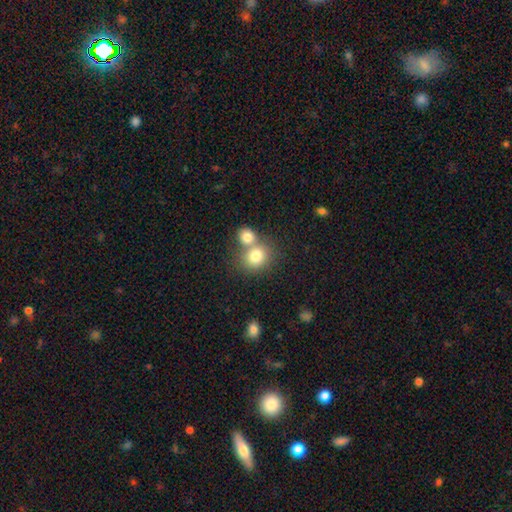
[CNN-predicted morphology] Smooth or featured? smooth (78%)
How rounded? round (71%)
Merging? merger (52%)